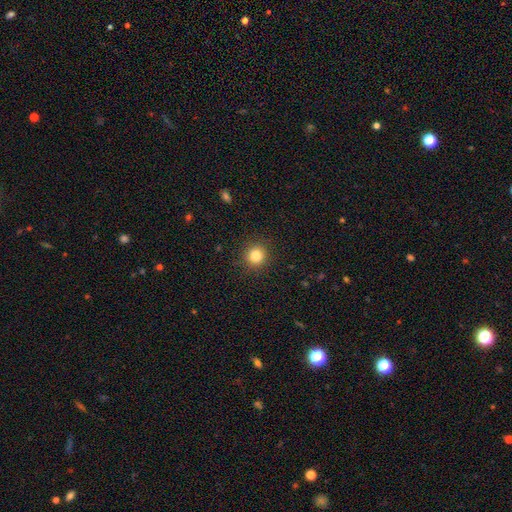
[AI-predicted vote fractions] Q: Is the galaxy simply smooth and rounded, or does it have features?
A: smooth — 83%.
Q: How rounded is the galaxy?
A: round — 90%.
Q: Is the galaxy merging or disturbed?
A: none — 91%.